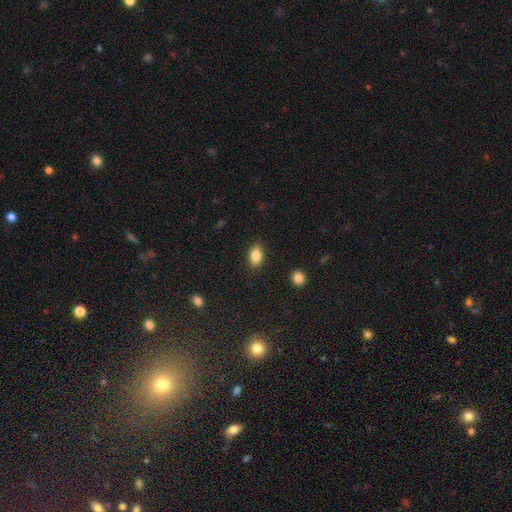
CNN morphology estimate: A smooth galaxy with no disk features (86%) that is in between round and cigar-shaped (88%). Merging: none (88%).